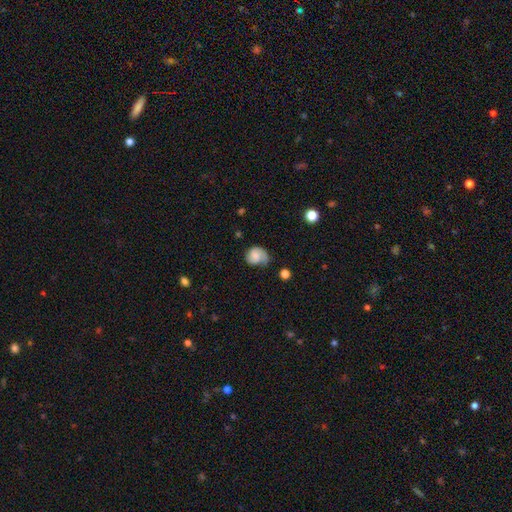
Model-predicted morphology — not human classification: Q: Smooth or featured?
A: smooth (57%); runner-up: featured or disk (34%)
Q: How rounded?
A: round (62%); runner-up: in between (37%)
Q: Merging?
A: none (43%); runner-up: minor disturbance (34%)